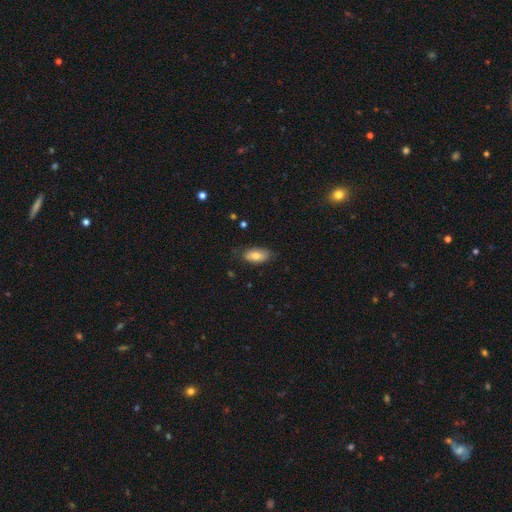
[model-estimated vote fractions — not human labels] Overall: smooth (76%). How rounded: in between (92%). Merging: none (74%).